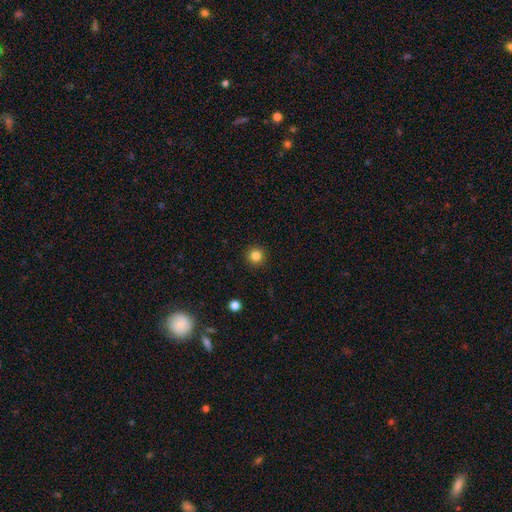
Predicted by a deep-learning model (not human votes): A smooth galaxy with no disk features (83%) that is round (95%).

Vote fractions:
- Smooth or featured? smooth: 83% / star or artifact: 12% / featured or disk: 5%
- How rounded? round: 95% / in between: 4% / cigar-shaped: 1%
- Merging? none: 92% / minor disturbance: 5% / major disturbance: 2% / merger: 1%